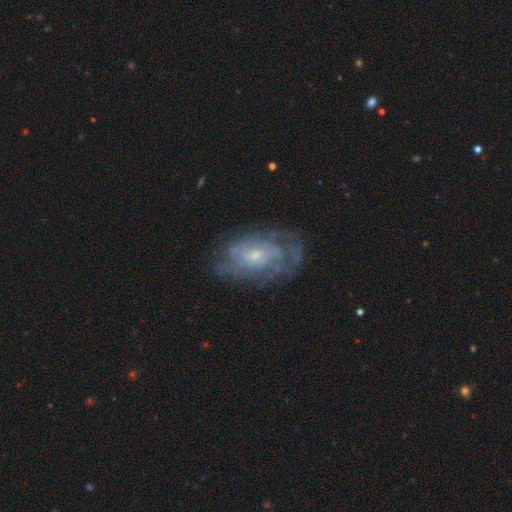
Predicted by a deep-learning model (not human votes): Q: Smooth or featured?
A: featured or disk (75%); runner-up: smooth (17%)
Q: Edge-on disk?
A: no (95%); runner-up: yes (5%)
Q: Bar?
A: no (75%); runner-up: weak (22%)
Q: Spiral arms?
A: yes (79%); runner-up: no (21%)
Q: Spiral winding?
A: tight (59%); runner-up: medium (30%)
Q: Spiral arm count?
A: can't tell (58%); runner-up: 2 (16%)
Q: Bulge size?
A: small (66%); runner-up: moderate (29%)
Q: Merging?
A: none (69%); runner-up: minor disturbance (20%)